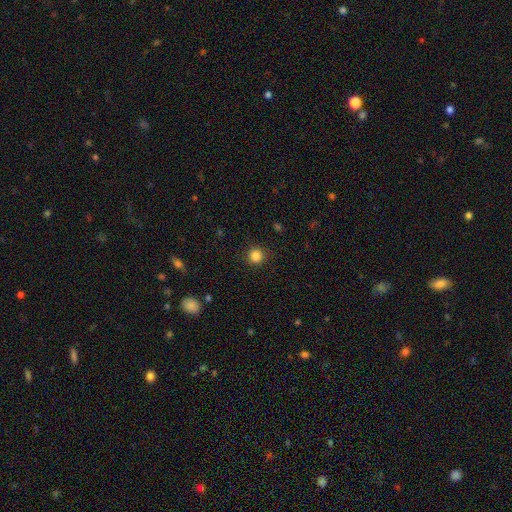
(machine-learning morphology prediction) A smooth galaxy with no disk features (84%) that is round (94%).

Vote fractions:
- Smooth or featured? smooth: 84% / star or artifact: 12% / featured or disk: 4%
- How rounded? round: 94% / in between: 5% / cigar-shaped: 1%
- Merging? none: 90% / minor disturbance: 7% / major disturbance: 3% / merger: 1%